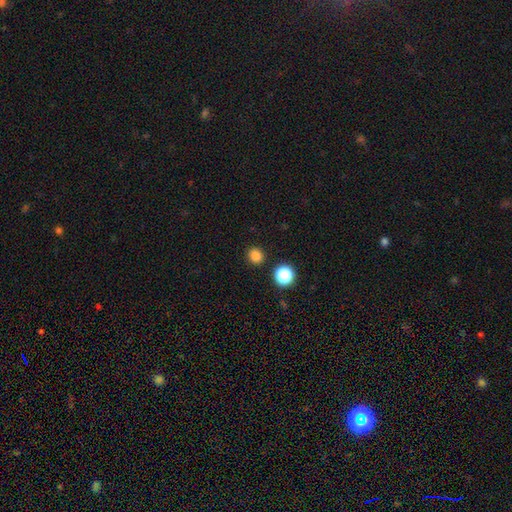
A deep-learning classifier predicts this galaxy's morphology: Smooth or featured?
  - smooth: 82% *
  - star or artifact: 14%
  - featured or disk: 4%
How rounded?
  - round: 83% *
  - in between: 16%
  - cigar-shaped: 1%
Merging?
  - none: 89% *
  - minor disturbance: 6%
  - merger: 3%
  - major disturbance: 2%